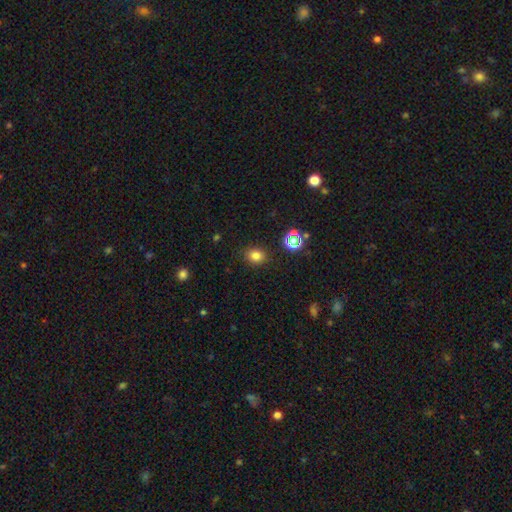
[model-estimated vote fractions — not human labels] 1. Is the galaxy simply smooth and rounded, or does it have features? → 78% smooth, 16% star or artifact, 6% featured or disk.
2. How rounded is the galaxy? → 59% round, 40% in between, 1% cigar-shaped.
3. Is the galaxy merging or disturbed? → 87% none, 9% minor disturbance, 3% major disturbance, 2% merger.